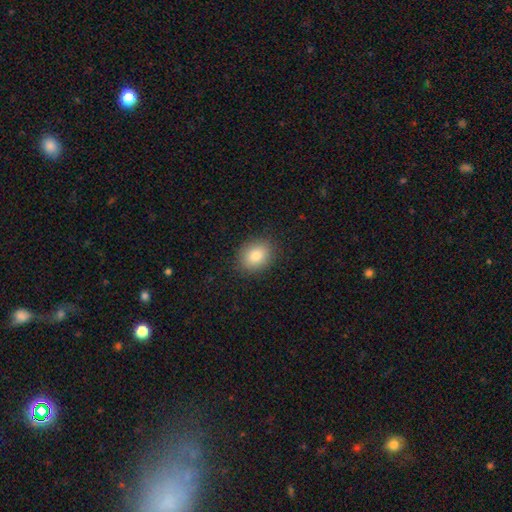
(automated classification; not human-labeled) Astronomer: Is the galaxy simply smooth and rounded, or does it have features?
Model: smooth — 84%.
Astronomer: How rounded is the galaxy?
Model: in between — 52% (runner-up: round, 47%).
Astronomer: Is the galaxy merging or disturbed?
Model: none — 89%.